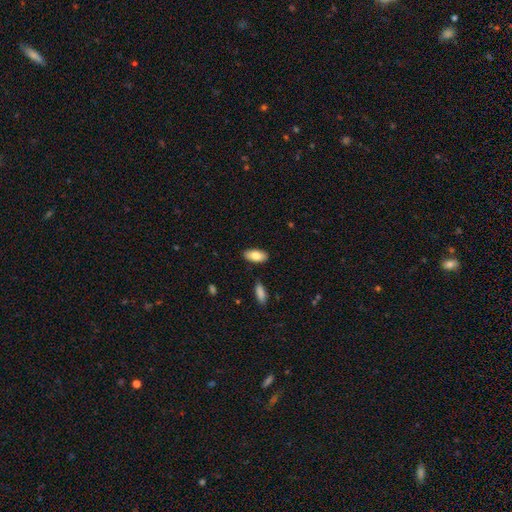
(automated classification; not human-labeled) Smooth or featured? Predicted: smooth (p=0.82). How rounded? Predicted: in between (p=0.92). Merging? Predicted: none (p=0.86).